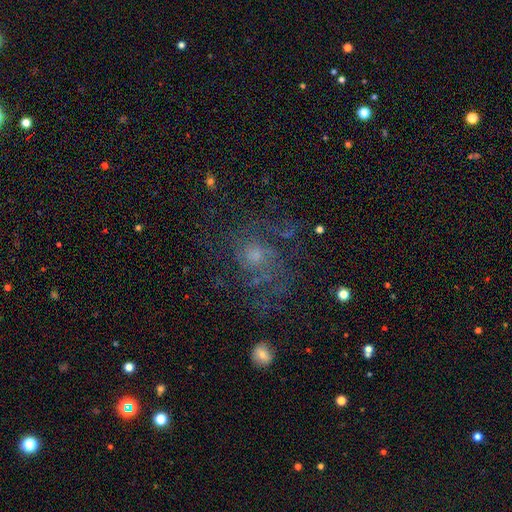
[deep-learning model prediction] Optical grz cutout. It shows a featured or disk galaxy (64%) with no bar (79%), spiral arms (80%) and a small central bulge (45%). Merging: none (61%).